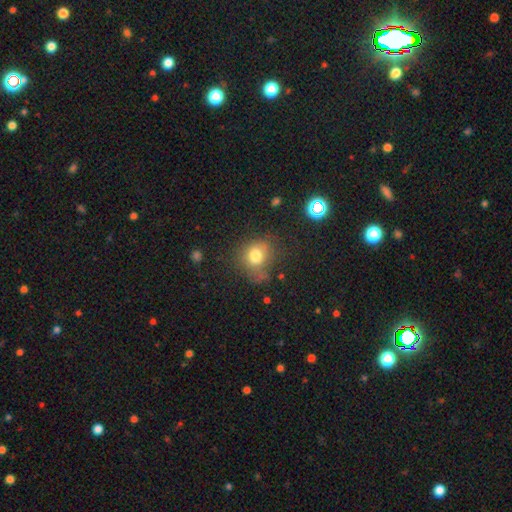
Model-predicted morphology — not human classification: A smooth galaxy with no disk features (75%) that is round (63%). Merging: none (57%).